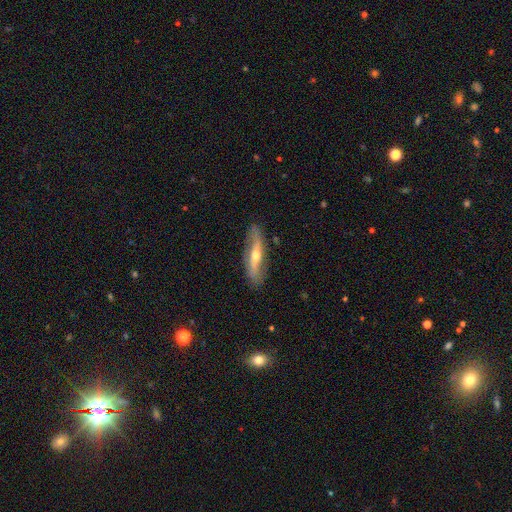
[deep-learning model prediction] Overall: featured or disk (64%; smooth 30%). Edge-on disk: yes (58%; no 42%). Merging: none (82%).